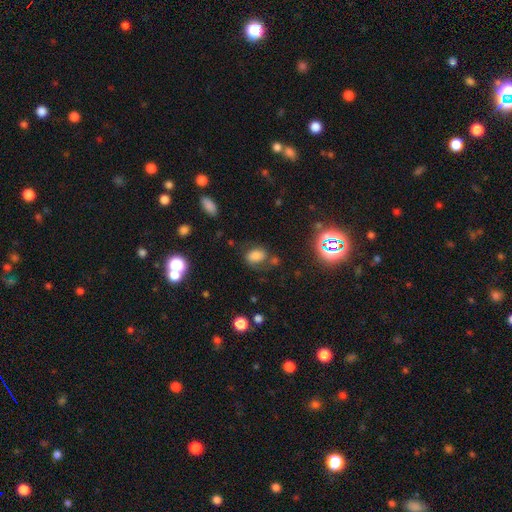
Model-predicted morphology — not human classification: smooth_or_featured: smooth (p=0.69) [alt: star or artifact p=0.17]
how_rounded: in between (p=0.80) [alt: round p=0.19]
merging: none (p=0.60) [alt: minor disturbance p=0.22]